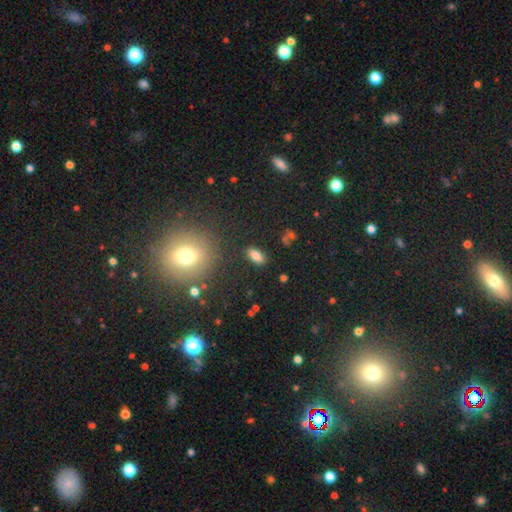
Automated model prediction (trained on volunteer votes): This appears to be a smooth galaxy with no disk features (81%) that is in between round and cigar-shaped (89%). Merging: none (86%).